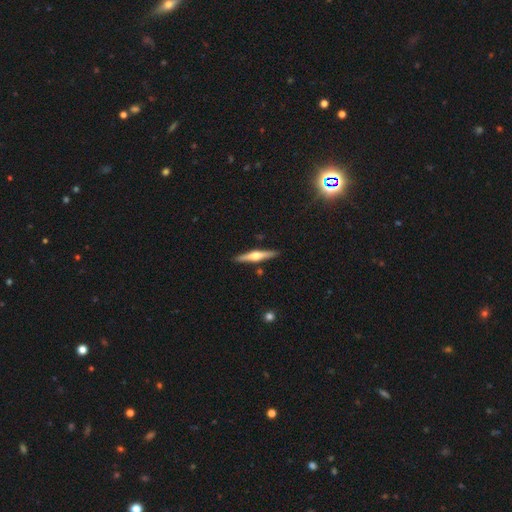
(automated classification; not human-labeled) Smooth or featured: featured or disk — 67% (smooth — 28%)
Edge-on disk: yes — 97% (no — 3%)
Edge-on bulge: rounded — 93% (boxy — 4%)
Merging: none — 89% (minor disturbance — 7%)